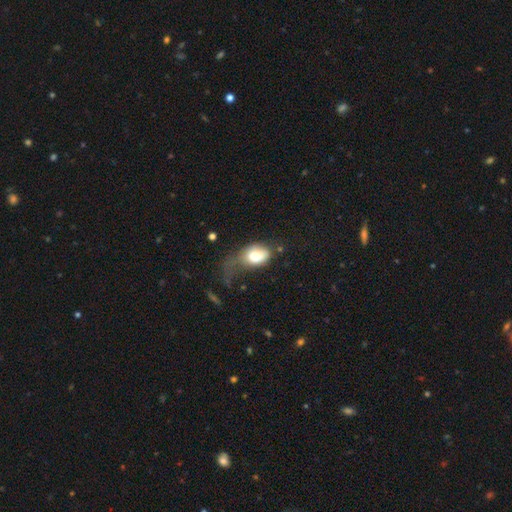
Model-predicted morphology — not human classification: Q: Smooth or featured?
A: smooth (75%); runner-up: featured or disk (17%)
Q: How rounded?
A: in between (82%); runner-up: round (16%)
Q: Merging?
A: major disturbance (50%); runner-up: minor disturbance (25%)